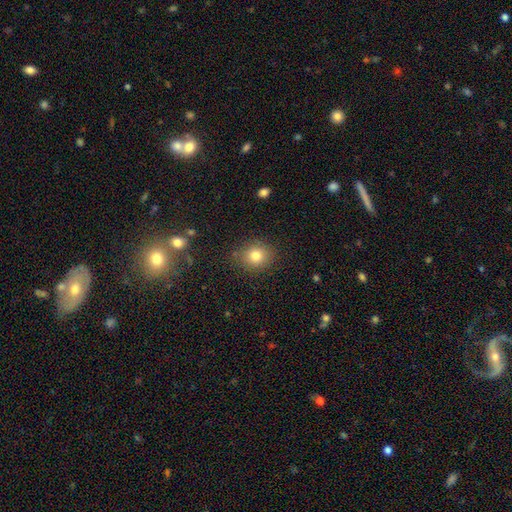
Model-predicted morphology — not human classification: Smooth or featured? Predicted: smooth (p=0.80). How rounded? Predicted: round (p=0.76). Merging? Predicted: none (p=0.84).